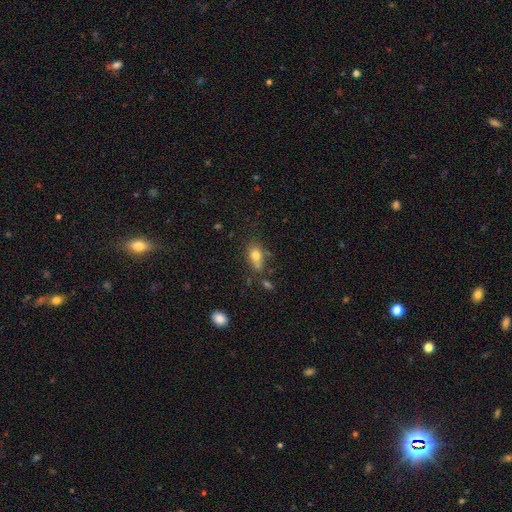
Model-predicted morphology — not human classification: A smooth galaxy with no disk features (75%) that is in between round and cigar-shaped (76%).

Vote fractions:
- Smooth or featured? smooth: 75% / featured or disk: 15% / star or artifact: 10%
- How rounded? in between: 76% / round: 18% / cigar-shaped: 5%
- Merging? none: 56% / minor disturbance: 24% / merger: 11% / major disturbance: 9%